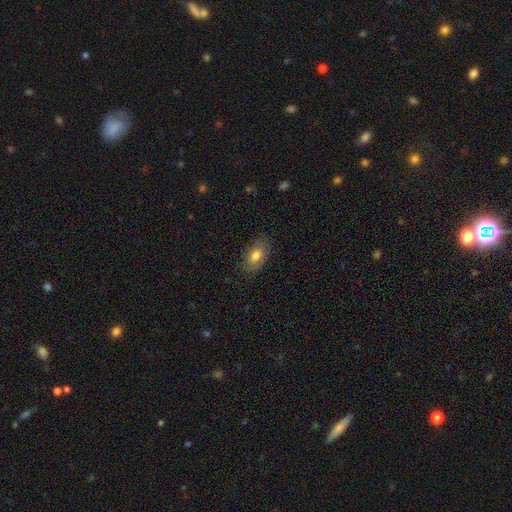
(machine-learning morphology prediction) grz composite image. It shows a smooth galaxy with no disk features (80%) that is in between round and cigar-shaped (91%). Merging: none (83%).